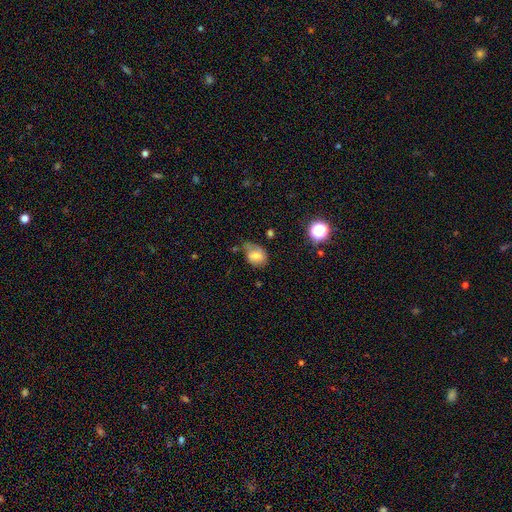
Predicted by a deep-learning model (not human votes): smooth-or-featured: smooth: 66% | featured or disk: 22% | star or artifact: 11%
  how-rounded: in between: 61% | round: 38% | cigar-shaped: 1%
  merging: none: 42% | minor disturbance: 37% | major disturbance: 15% | merger: 6%